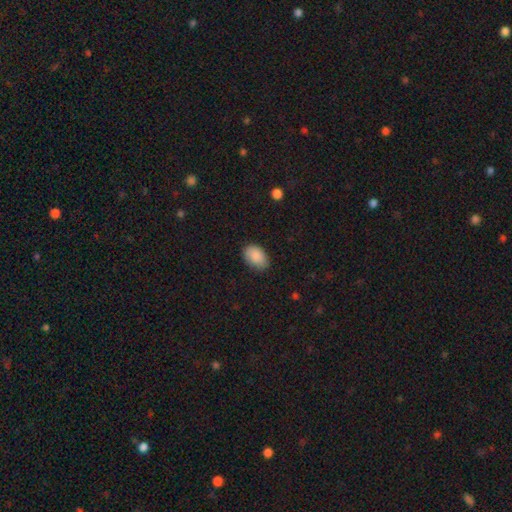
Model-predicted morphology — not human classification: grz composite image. It shows a smooth galaxy with no disk features (89%) that is in between round and cigar-shaped (87%). Merging: none (79%).